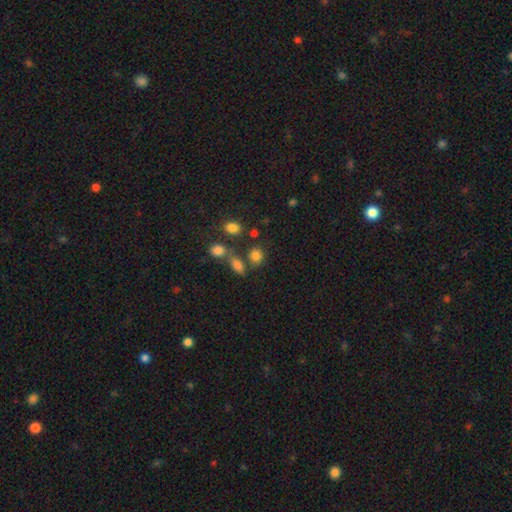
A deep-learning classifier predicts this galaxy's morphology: Smooth or featured: smooth — 80% (star or artifact — 13%)
How rounded: round — 56% (in between — 42%)
Merging: none — 62% (merger — 20%)